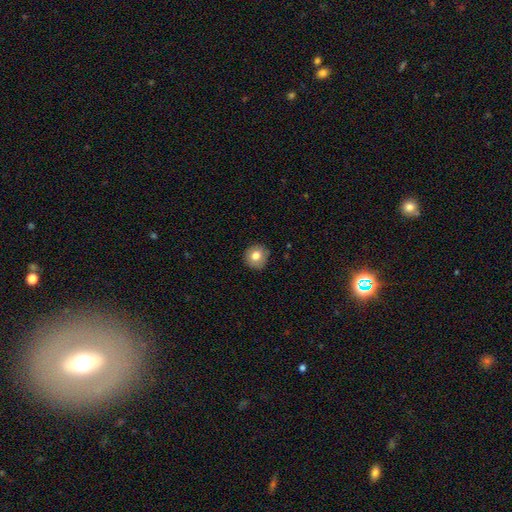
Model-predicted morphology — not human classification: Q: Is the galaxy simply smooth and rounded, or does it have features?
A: smooth — 79%.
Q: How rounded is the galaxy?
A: round — 91%.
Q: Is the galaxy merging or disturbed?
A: none — 88%.